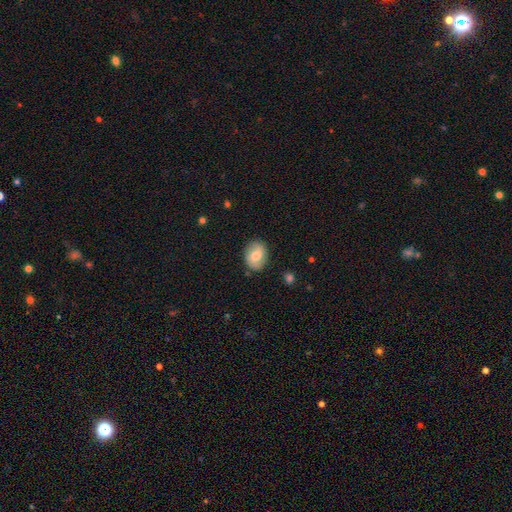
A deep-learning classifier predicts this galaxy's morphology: A smooth galaxy with no disk features (68%) that is in between round and cigar-shaped (61%). Merging: none (84%).